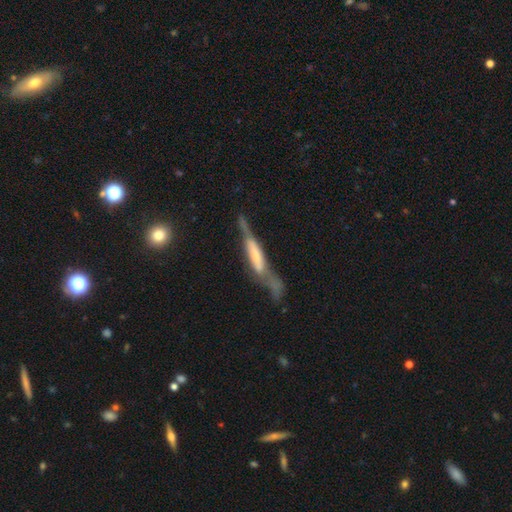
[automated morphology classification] type=featured or disk (60%); edge-on=yes (76%); merging=none (34%).